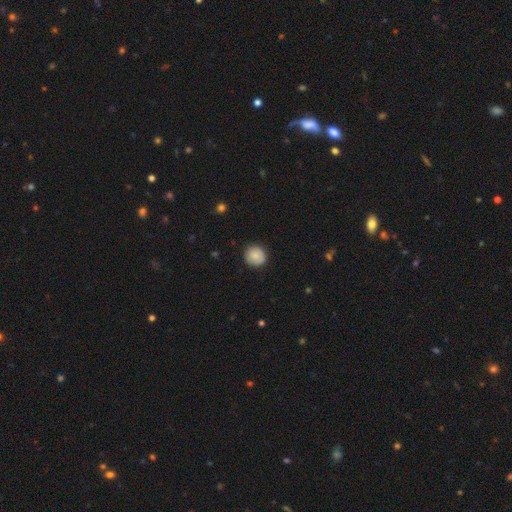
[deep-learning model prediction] This appears to be a smooth galaxy with no disk features (84%) that is round (92%). Merging: none (88%).